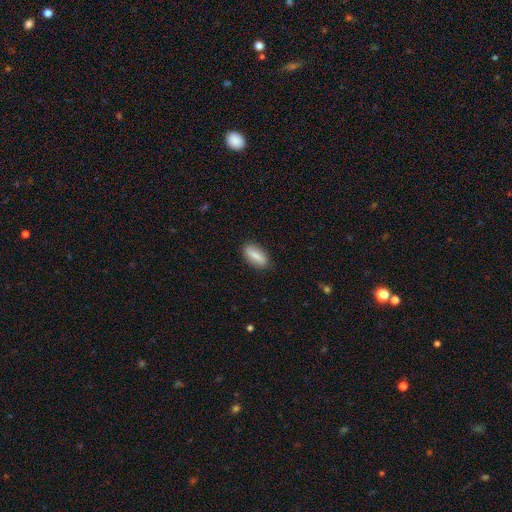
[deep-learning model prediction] smooth-or-featured: smooth: 83% | featured or disk: 11% | star or artifact: 6%
  how-rounded: in between: 75% | cigar-shaped: 22% | round: 3%
  merging: none: 86% | minor disturbance: 10% | major disturbance: 2% | merger: 1%